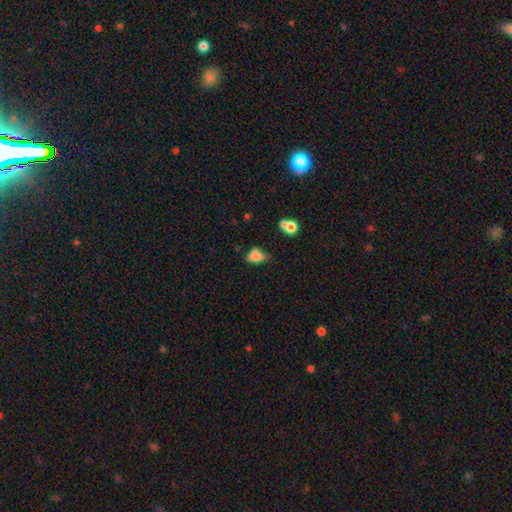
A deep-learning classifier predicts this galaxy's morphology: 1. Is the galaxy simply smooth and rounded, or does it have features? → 76% smooth, 12% featured or disk, 11% star or artifact.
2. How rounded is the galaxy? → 75% in between, 22% round, 3% cigar-shaped.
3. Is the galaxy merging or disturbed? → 41% none, 34% minor disturbance, 13% major disturbance, 13% merger.